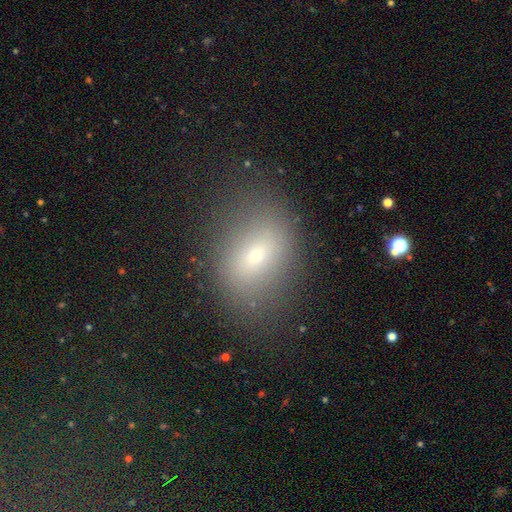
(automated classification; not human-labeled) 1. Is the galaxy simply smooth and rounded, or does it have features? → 63% smooth, 20% featured or disk, 17% star or artifact.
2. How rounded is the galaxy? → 68% in between, 30% round, 2% cigar-shaped.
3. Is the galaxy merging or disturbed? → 77% none, 15% minor disturbance, 7% major disturbance, 2% merger.